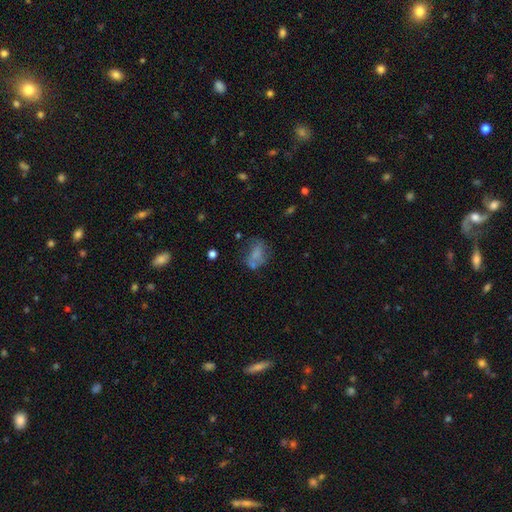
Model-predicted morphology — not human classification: type=smooth (62%); roundness=in between (72%); merging=none (39%).